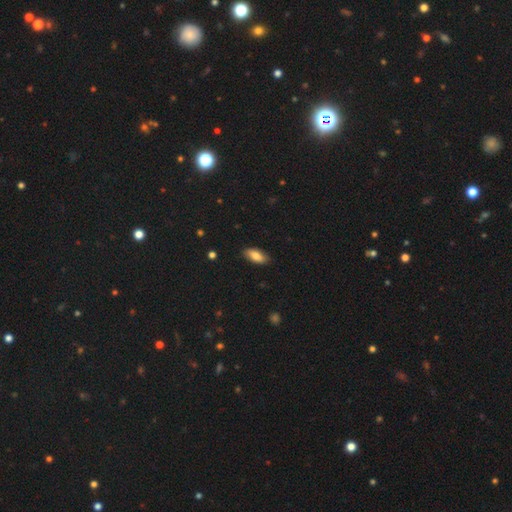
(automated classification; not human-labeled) Overall: smooth (81%). How rounded: in between (86%). Merging: none (86%).